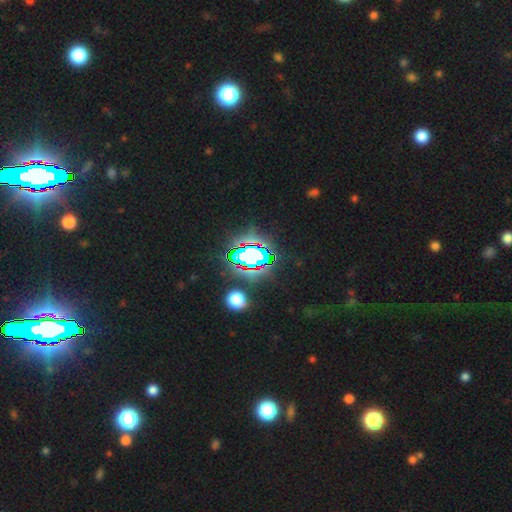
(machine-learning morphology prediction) This appears to be a star or artifact, not a galaxy (71%).